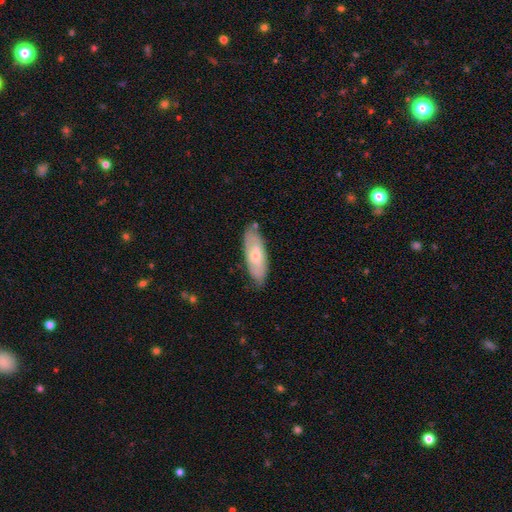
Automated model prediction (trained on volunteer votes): smooth-or-featured: smooth: 51% | featured or disk: 43% | star or artifact: 6%
  how-rounded: in between: 65% | cigar-shaped: 33% | round: 2%
  merging: none: 76% | minor disturbance: 19% | major disturbance: 3% | merger: 2%